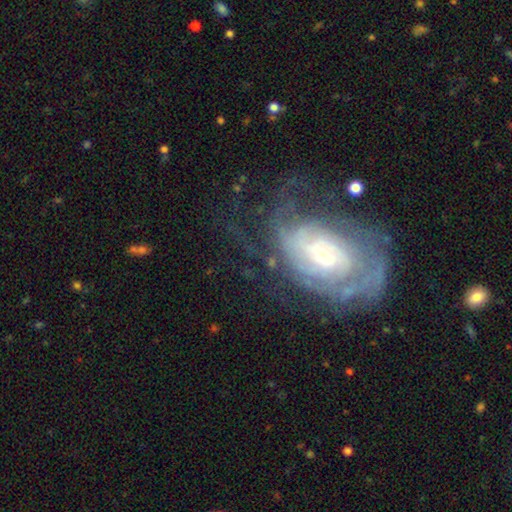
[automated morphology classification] Smooth or featured? featured or disk (79%)
Edge-on disk? no (95%)
Bar? no (58%)
Spiral arms? yes (85%)
Spiral winding? tight (61%)
Spiral arm count? can't tell (54%)
Bulge size? small (52%)
Merging? none (54%)